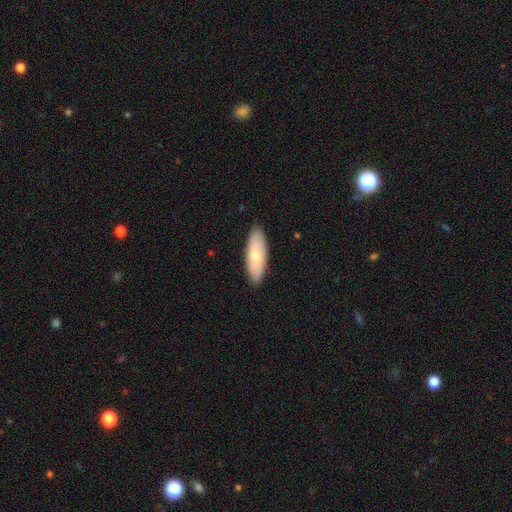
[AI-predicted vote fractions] Smooth or featured: smooth — 70% (featured or disk — 24%)
How rounded: in between — 65% (cigar-shaped — 33%)
Merging: none — 88% (minor disturbance — 10%)